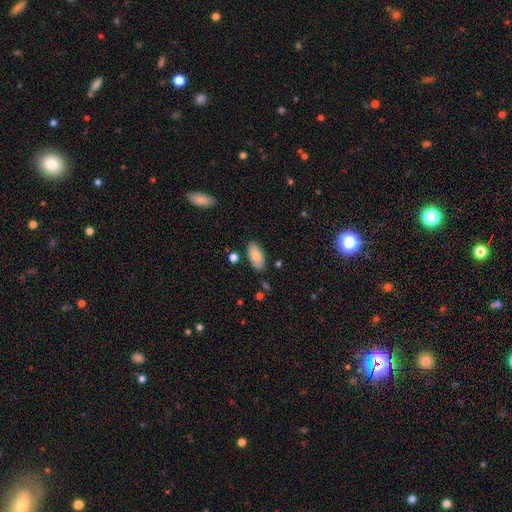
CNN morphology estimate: Smooth or featured? Predicted: smooth (p=0.80). How rounded? Predicted: in between (p=0.92). Merging? Predicted: none (p=0.84).